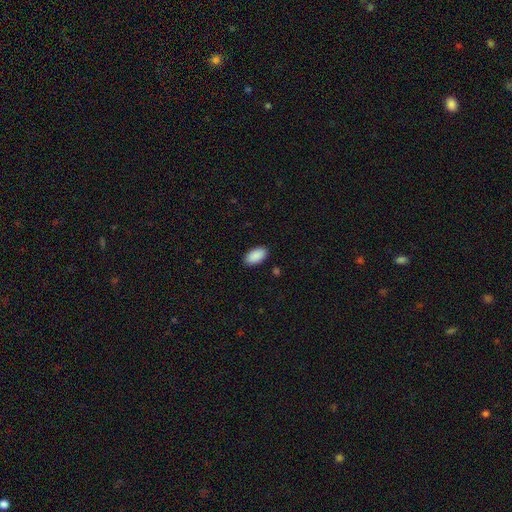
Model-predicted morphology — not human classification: smooth 91%, star or artifact 6%, featured or disk 3%. Down the decision tree: how rounded — in between (95%); merging — none (89%).